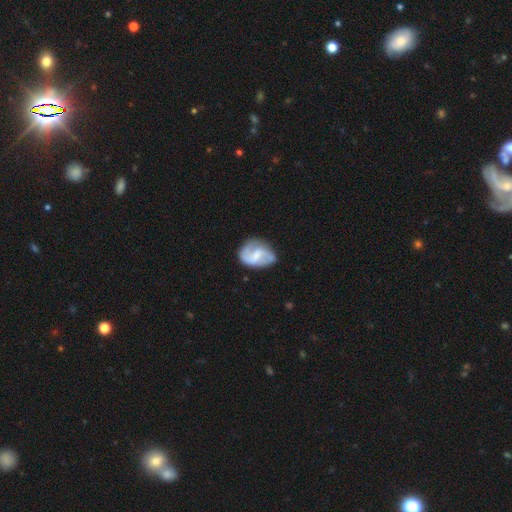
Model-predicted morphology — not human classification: smooth_or_featured: featured or disk (p=0.69) [alt: smooth p=0.25]
disk_edge_on: no (p=0.98) [alt: yes p=0.02]
bar: weak (p=0.54) [alt: no p=0.24]
has_spiral_arms: yes (p=0.88) [alt: no p=0.12]
spiral_winding: loose (p=0.43) [alt: medium p=0.41]
spiral_arm_count: 2 (p=0.81) [alt: can't tell p=0.09]
bulge_size: small (p=0.40) [alt: moderate p=0.29]
merging: none (p=0.62) [alt: minor disturbance p=0.25]